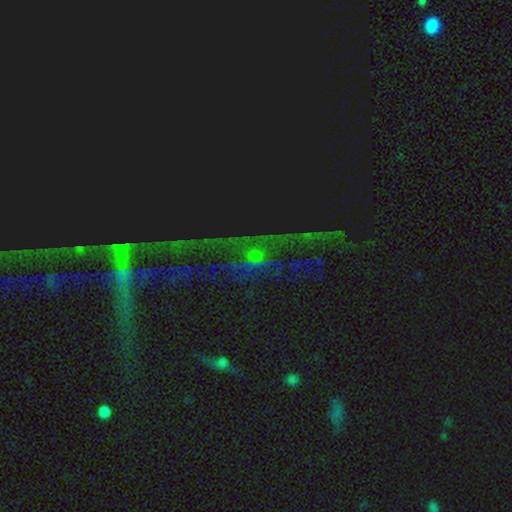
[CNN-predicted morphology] smooth-or-featured: star or artifact: 76% | featured or disk: 14% | smooth: 10%